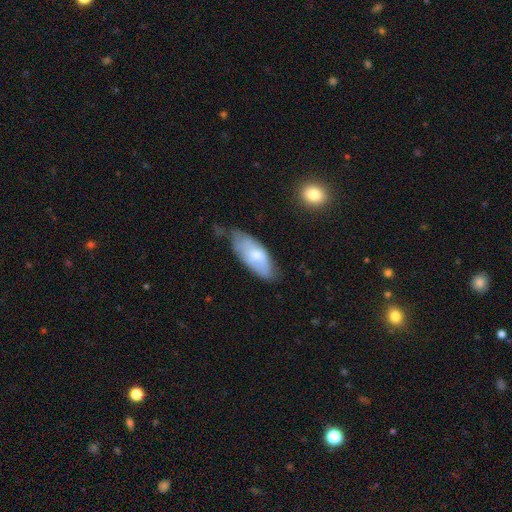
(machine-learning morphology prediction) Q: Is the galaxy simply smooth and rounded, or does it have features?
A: smooth — 62%.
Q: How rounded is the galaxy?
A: in between — 84%.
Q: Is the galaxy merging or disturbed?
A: none — 52%.